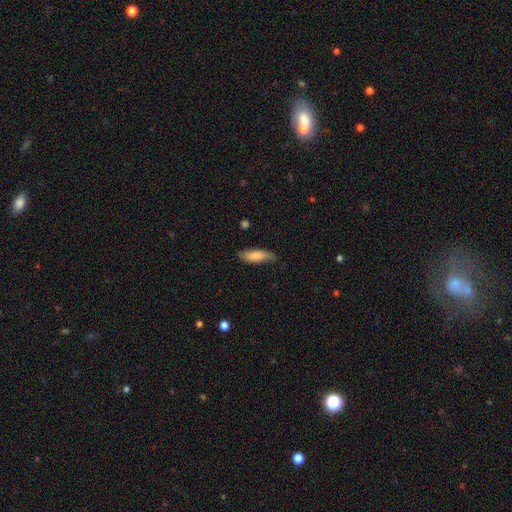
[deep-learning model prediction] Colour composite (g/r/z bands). It shows a smooth galaxy with no disk features (82%) that is in between round and cigar-shaped (52%). Merging: none (71%).